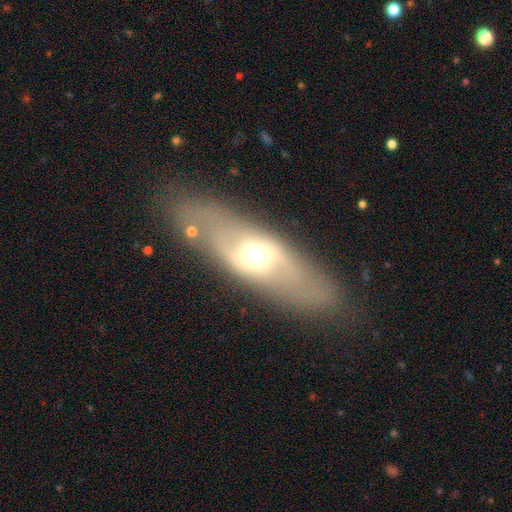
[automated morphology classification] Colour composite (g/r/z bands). It shows a featured or disk galaxy (62%). Merging: none (80%).